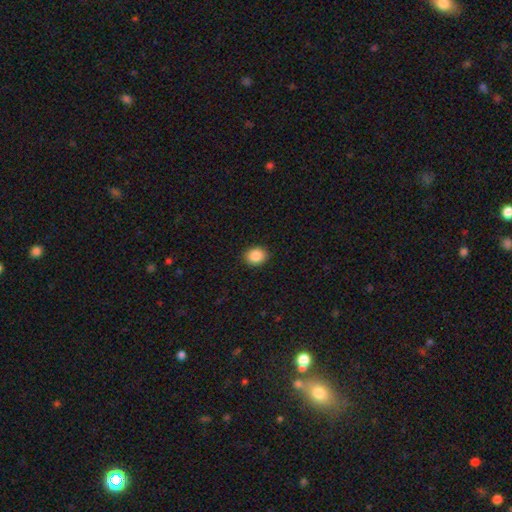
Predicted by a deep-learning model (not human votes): Smooth or featured? smooth (88%)
How rounded? round (61%)
Merging? none (91%)